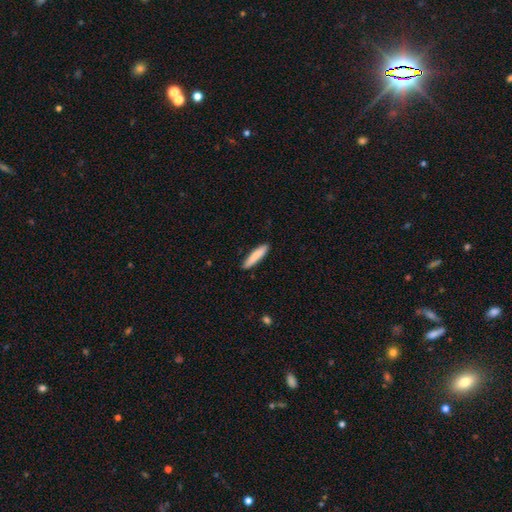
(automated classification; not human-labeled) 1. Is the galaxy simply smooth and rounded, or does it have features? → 85% smooth, 9% featured or disk, 5% star or artifact.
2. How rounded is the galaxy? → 85% cigar-shaped, 14% in between, 1% round.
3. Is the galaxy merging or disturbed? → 89% none, 8% minor disturbance, 2% major disturbance, 1% merger.